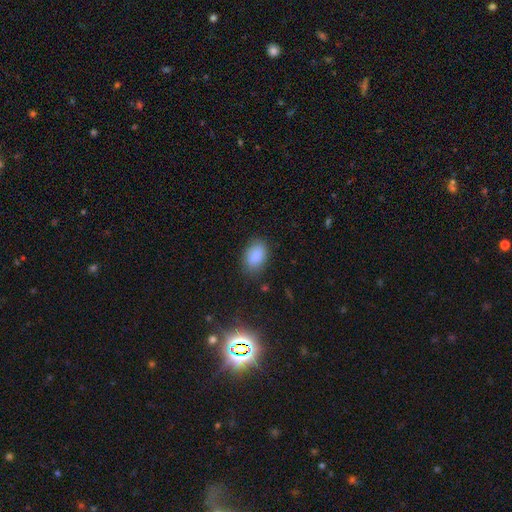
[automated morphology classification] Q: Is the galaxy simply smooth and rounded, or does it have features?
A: smooth — 88%.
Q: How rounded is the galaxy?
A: in between — 88%.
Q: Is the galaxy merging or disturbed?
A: none — 82%.